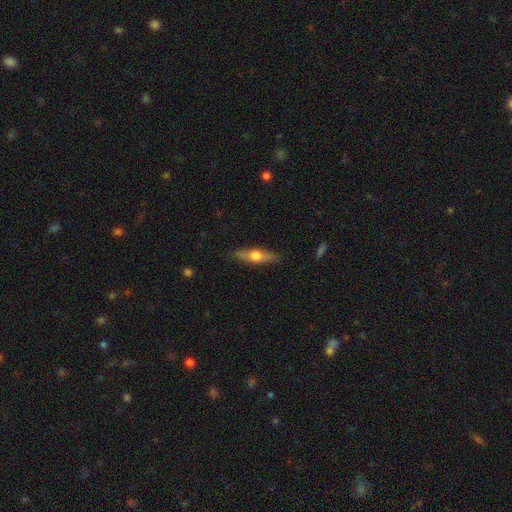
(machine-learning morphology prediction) Overall: smooth (50%; featured or disk 44%). How rounded: cigar-shaped (67%; in between 30%). Merging: none (86%).